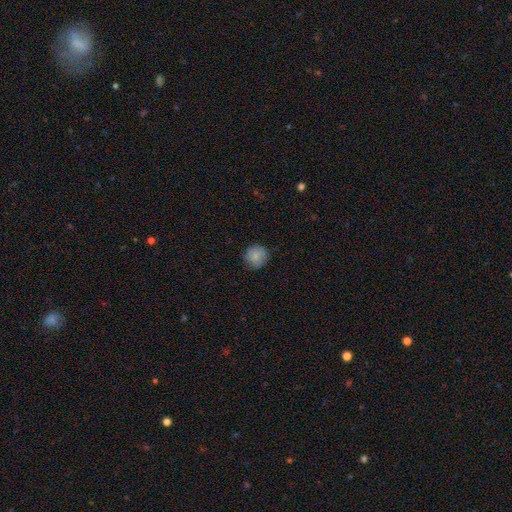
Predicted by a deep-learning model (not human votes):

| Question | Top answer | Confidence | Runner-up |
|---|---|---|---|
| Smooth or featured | smooth | 83% | featured or disk (9%) |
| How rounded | round | 92% | in between (7%) |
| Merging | none | 84% | minor disturbance (12%) |